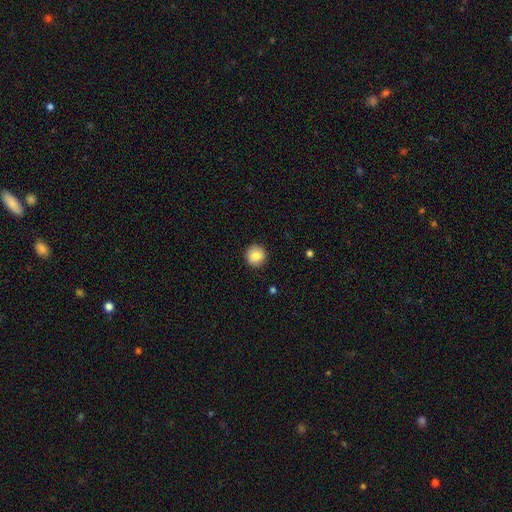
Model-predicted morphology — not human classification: Overall: smooth (84%). How rounded: round (93%). Merging: none (90%).